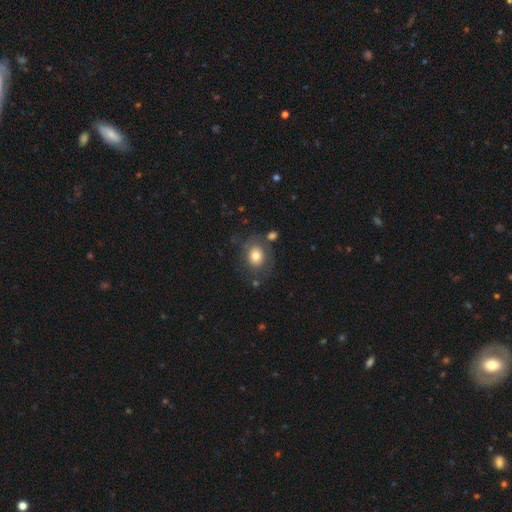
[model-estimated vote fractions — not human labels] Smooth or featured?
  - smooth: 73% *
  - featured or disk: 18%
  - star or artifact: 9%
How rounded?
  - round: 56% *
  - in between: 44%
  - cigar-shaped: 1%
Merging?
  - none: 67% *
  - minor disturbance: 17%
  - major disturbance: 9%
  - merger: 6%